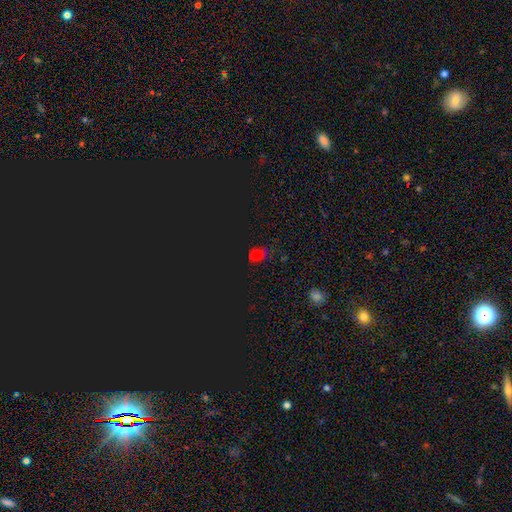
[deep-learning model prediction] This appears to be a star or artifact, not a galaxy (53%).